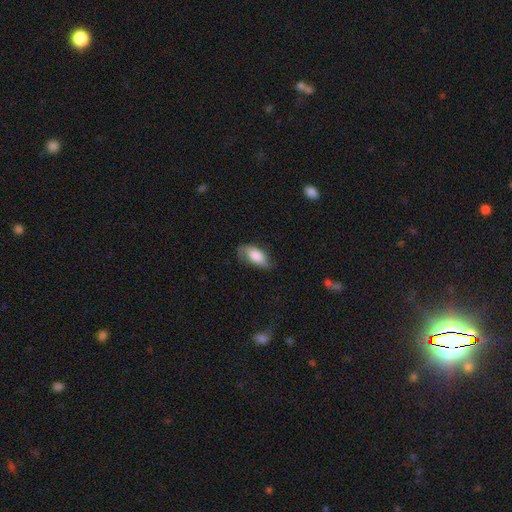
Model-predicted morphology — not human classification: Overall: smooth (71%). How rounded: in between (89%). Merging: none (58%; minor disturbance 30%).